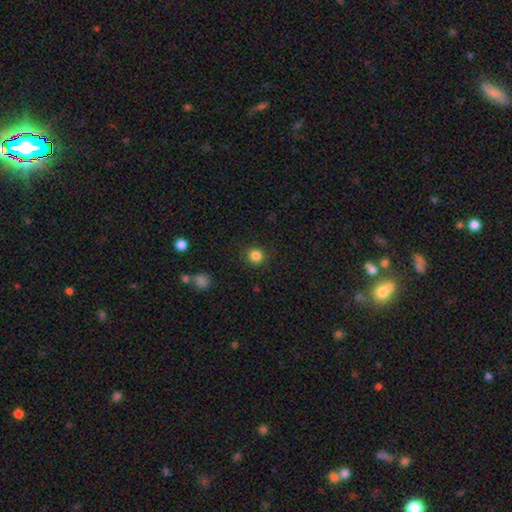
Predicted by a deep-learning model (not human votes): Overall: smooth (85%). How rounded: round (90%). Merging: none (89%).